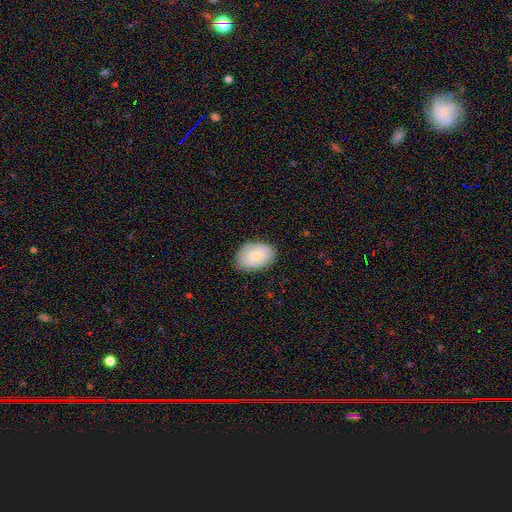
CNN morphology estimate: This appears to be a smooth galaxy with no disk features (69%) that is in between round and cigar-shaped (82%). Merging: none (82%).